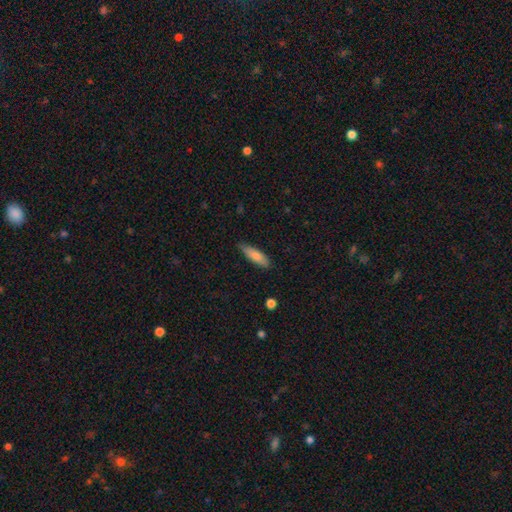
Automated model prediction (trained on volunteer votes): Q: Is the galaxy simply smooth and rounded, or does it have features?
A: smooth — 81%.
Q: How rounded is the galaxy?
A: cigar-shaped — 56%.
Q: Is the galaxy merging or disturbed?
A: none — 78%.